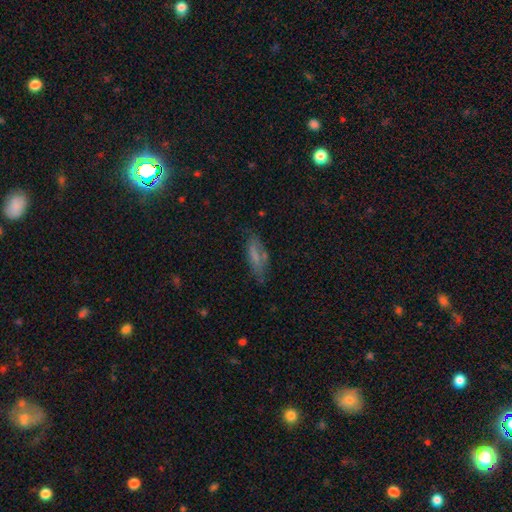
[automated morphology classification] A smooth galaxy with no disk features (62%) that is in between round and cigar-shaped (54%). Merging: none (62%).